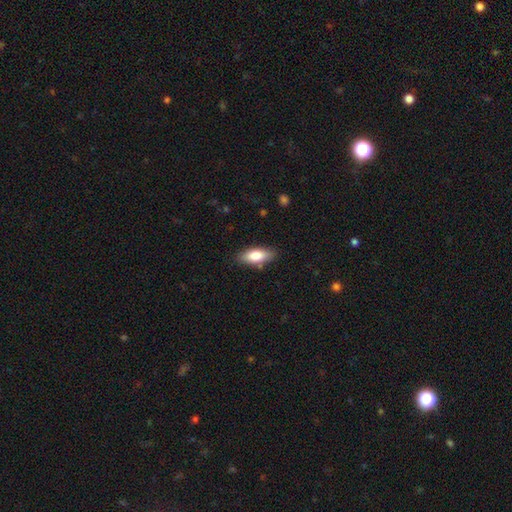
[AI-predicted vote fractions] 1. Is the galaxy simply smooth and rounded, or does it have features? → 80% smooth, 14% featured or disk, 6% star or artifact.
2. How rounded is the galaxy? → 78% in between, 20% cigar-shaped, 2% round.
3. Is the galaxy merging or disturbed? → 84% none, 12% minor disturbance, 2% major disturbance, 2% merger.